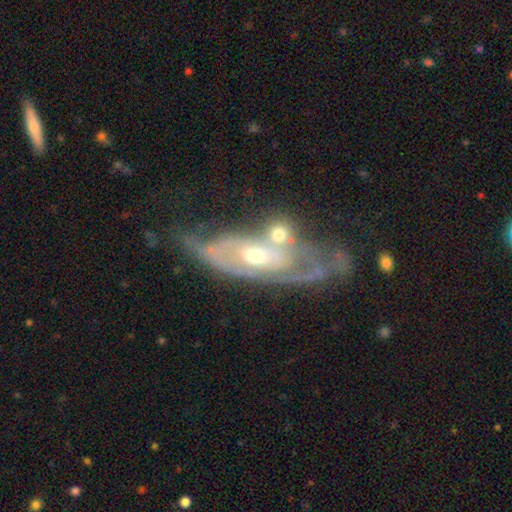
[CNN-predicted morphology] Smooth or featured: featured or disk — 82% (smooth — 12%)
Edge-on disk: no — 88% (yes — 12%)
Bar: no — 59% (weak — 29%)
Spiral arms: yes — 76% (no — 24%)
Spiral winding: tight — 52% (medium — 33%)
Spiral arm count: can't tell — 41% (2 — 40%)
Bulge size: moderate — 58% (small — 37%)
Merging: none — 34% (merger — 27%)